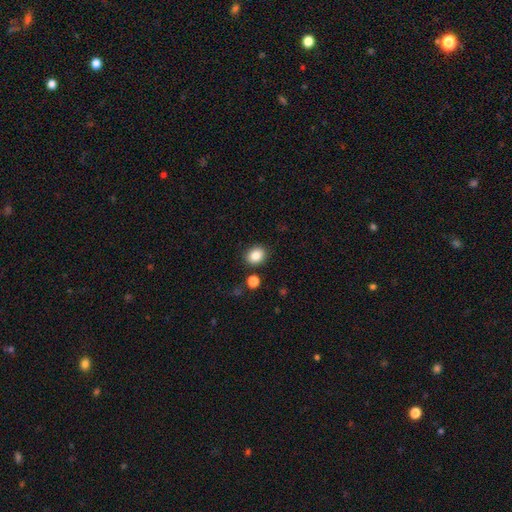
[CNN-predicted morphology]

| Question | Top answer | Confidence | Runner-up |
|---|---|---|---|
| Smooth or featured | smooth | 85% | star or artifact (10%) |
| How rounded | round | 61% | in between (38%) |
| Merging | none | 86% | minor disturbance (8%) |